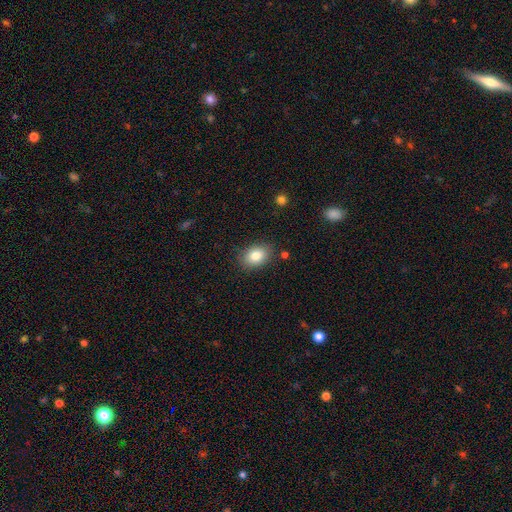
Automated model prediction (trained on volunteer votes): A smooth galaxy with no disk features (82%) that is in between round and cigar-shaped (75%). Merging: none (84%).